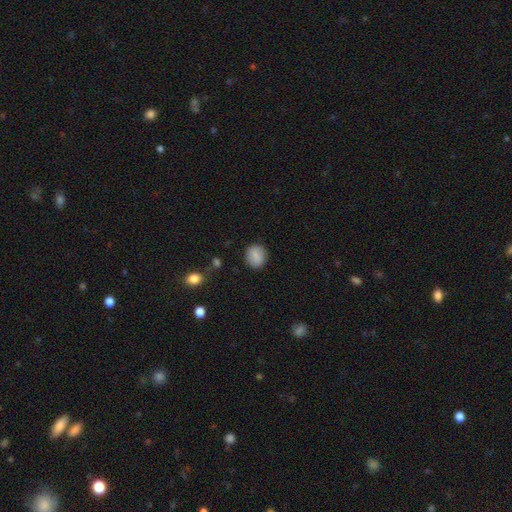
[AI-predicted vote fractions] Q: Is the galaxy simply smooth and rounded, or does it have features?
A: smooth — 84%.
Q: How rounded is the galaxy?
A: round — 71%.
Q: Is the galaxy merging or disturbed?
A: none — 86%.